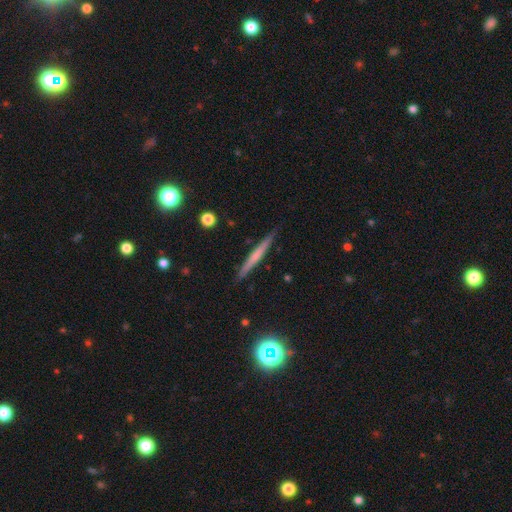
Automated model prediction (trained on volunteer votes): A featured or disk galaxy (46%, tied with smooth). Merging: none (90%).